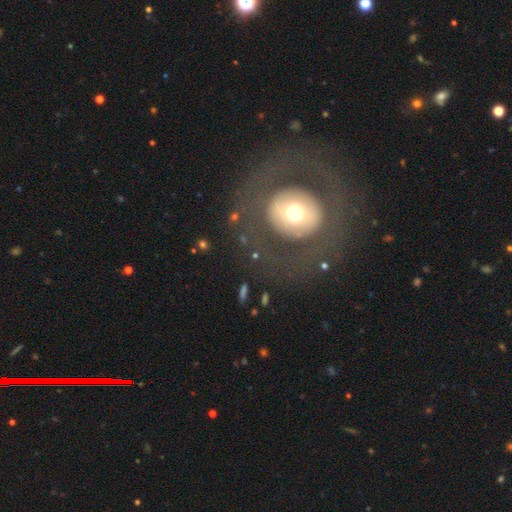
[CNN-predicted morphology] This appears to be a smooth galaxy with no disk features (50%). Merging: none (77%).